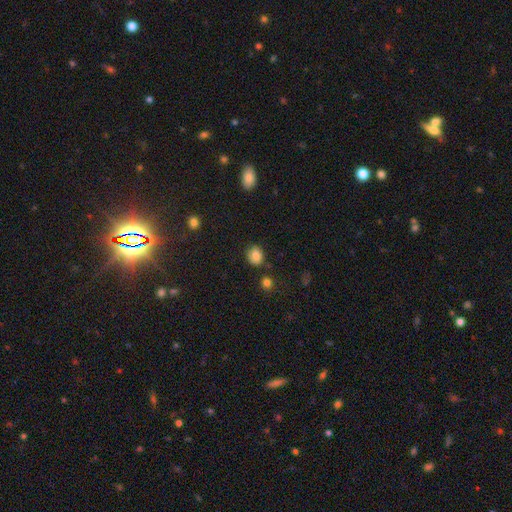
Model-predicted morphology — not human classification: A smooth galaxy with no disk features (85%) that is round (65%). Merging: none (79%).